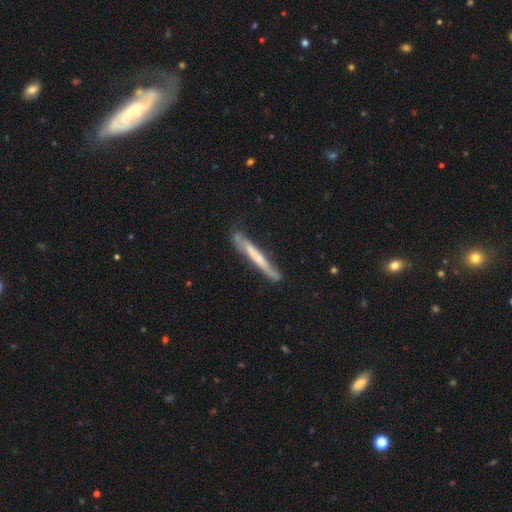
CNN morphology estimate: Overall: featured or disk (52%; smooth 42%). Edge-on disk: yes (89%). Merging: none (75%).